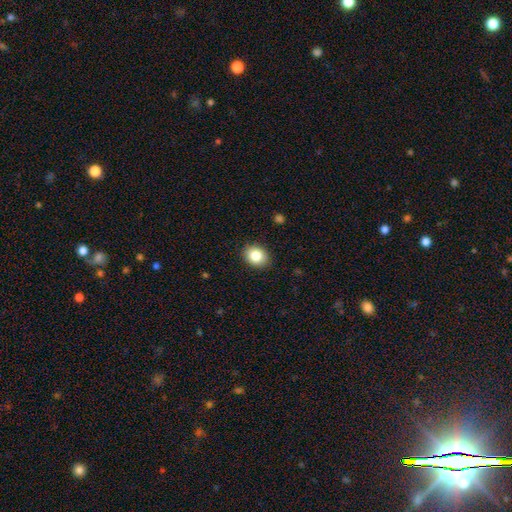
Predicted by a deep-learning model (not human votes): The model was most divided on "how rounded": round: 50%, in between: 49%, cigar-shaped: 1%. More confident: merging — none (89%); smooth or featured — smooth (84%).